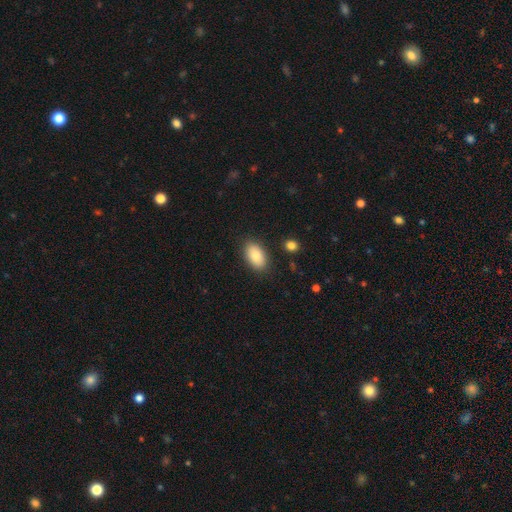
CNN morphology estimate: Overall: smooth (83%). How rounded: in between (93%). Merging: none (86%).